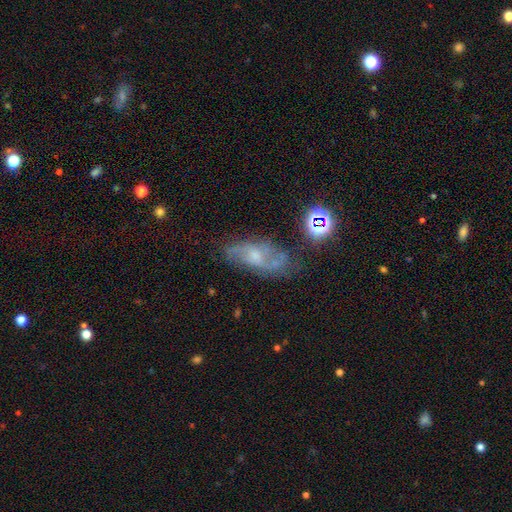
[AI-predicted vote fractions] Smooth or featured?
  - featured or disk: 61% *
  - smooth: 25%
  - star or artifact: 14%
Edge-on disk?
  - no: 90% *
  - yes: 10%
Bar?
  - no: 63% *
  - weak: 32%
  - strong: 5%
Spiral arms?
  - yes: 78% *
  - no: 22%
Bulge size?
  - small: 47% *
  - moderate: 39%
  - none: 10%
  - large: 3%
  - dominant: 1%
Merging?
  - none: 54% *
  - minor disturbance: 25%
  - major disturbance: 15%
  - merger: 6%